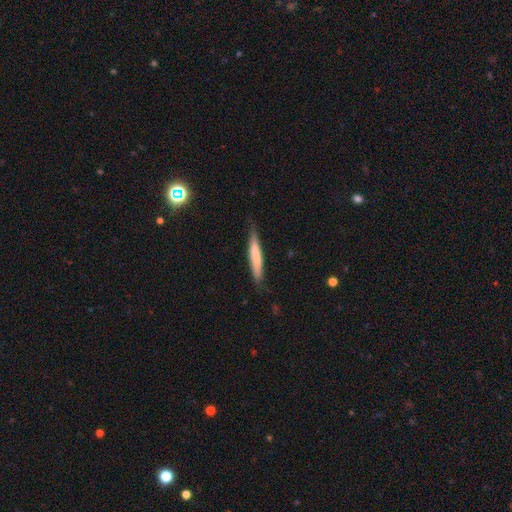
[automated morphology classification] Smooth or featured: smooth — 68% (featured or disk — 26%)
How rounded: cigar-shaped — 93% (in between — 6%)
Merging: none — 76% (minor disturbance — 19%)